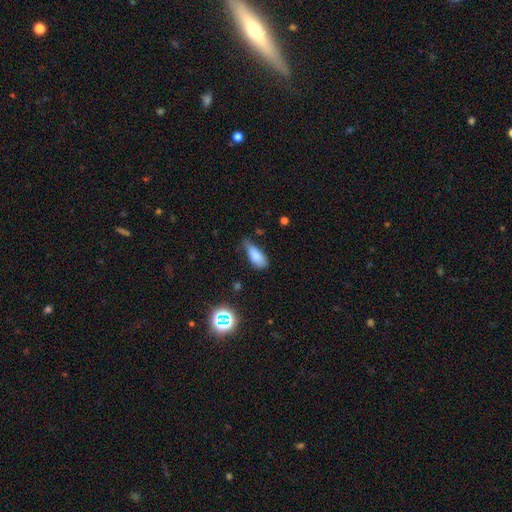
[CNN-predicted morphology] Q: Smooth or featured?
A: smooth (80%); runner-up: featured or disk (10%)
Q: How rounded?
A: in between (79%); runner-up: cigar-shaped (17%)
Q: Merging?
A: minor disturbance (46%); runner-up: none (36%)